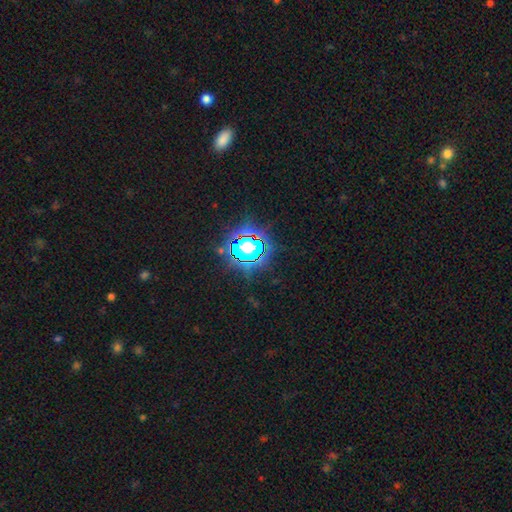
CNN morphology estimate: star or artifact 69%, smooth 18%, featured or disk 12%.